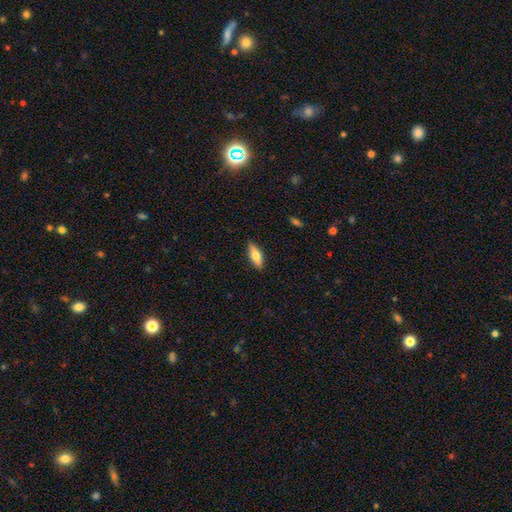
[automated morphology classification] type=smooth (66%); roundness=in between (62%); merging=none (88%).